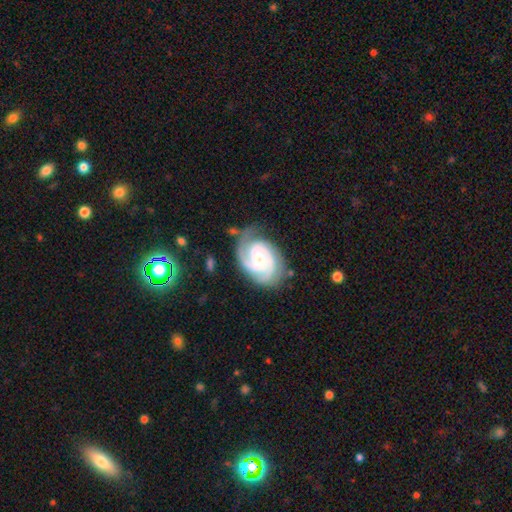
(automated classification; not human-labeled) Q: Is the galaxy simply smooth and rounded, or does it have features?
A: featured or disk — 76%.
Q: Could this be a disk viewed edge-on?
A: no — 97%.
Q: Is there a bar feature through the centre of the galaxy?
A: no — 52%.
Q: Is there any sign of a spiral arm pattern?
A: yes — 96%.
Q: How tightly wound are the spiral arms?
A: tight — 58%.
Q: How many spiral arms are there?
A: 2 — 57%.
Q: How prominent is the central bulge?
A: small — 52%.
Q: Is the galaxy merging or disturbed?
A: none — 72%.